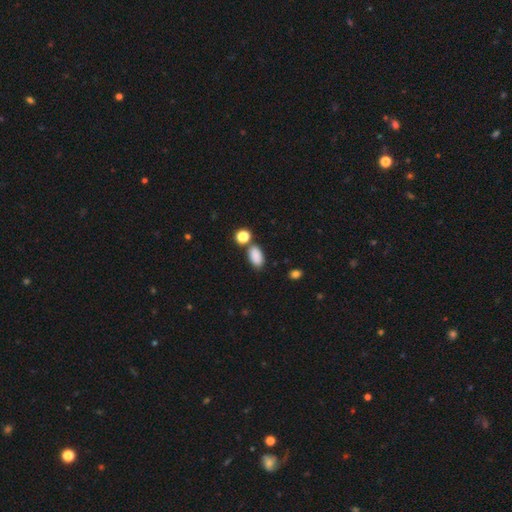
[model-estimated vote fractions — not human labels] Morphology: type=smooth (86%); roundness=in between (91%); merging=none (71%).